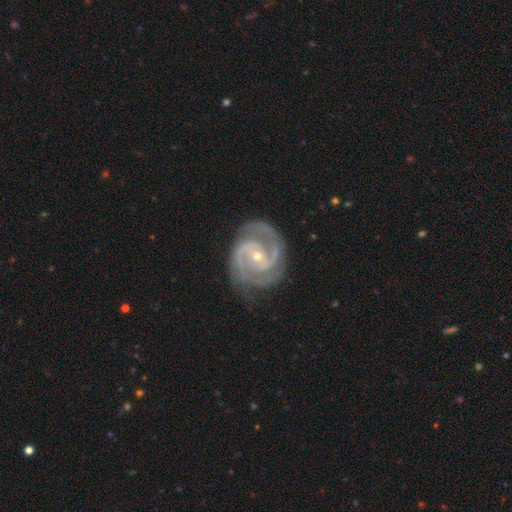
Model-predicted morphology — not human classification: Smooth or featured?
  - featured or disk: 93% *
  - star or artifact: 4%
  - smooth: 3%
Edge-on disk?
  - no: 98% *
  - yes: 2%
Bar?
  - no: 50% *
  - weak: 34%
  - strong: 17%
Spiral arms?
  - yes: 99% *
  - no: 1%
Spiral winding?
  - tight: 56% *
  - medium: 39%
  - loose: 5%
Spiral arm count?
  - 2: 72% *
  - 3: 15%
  - can't tell: 5%
  - 4: 3%
  - 1: 3%
  - more than 4: 3%
Bulge size?
  - small: 63% *
  - moderate: 34%
  - large: 1%
  - none: 1%
  - dominant: 1%
Merging?
  - none: 76% *
  - minor disturbance: 17%
  - major disturbance: 6%
  - merger: 1%